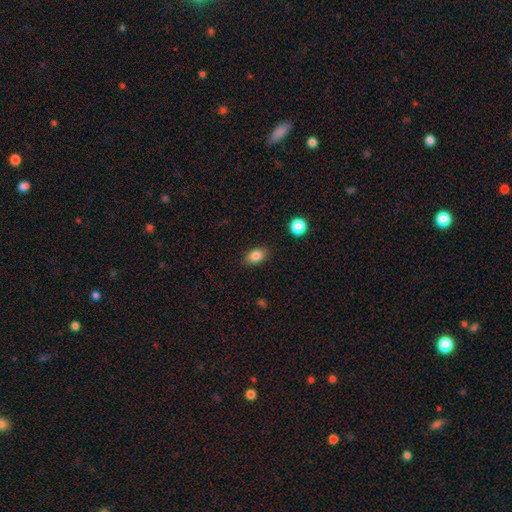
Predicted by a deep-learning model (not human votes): Smooth or featured: smooth — 84% (star or artifact — 9%)
How rounded: in between — 82% (round — 15%)
Merging: none — 86% (minor disturbance — 11%)